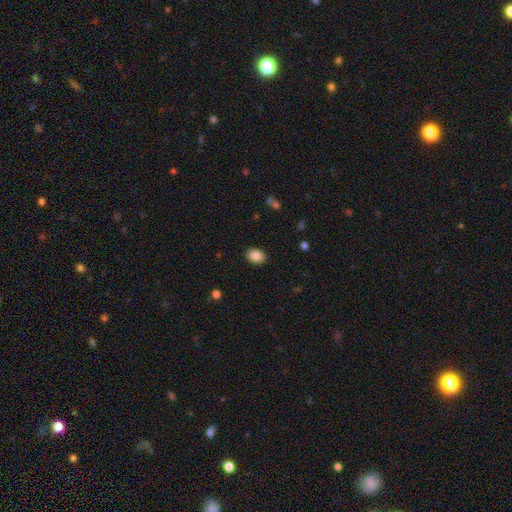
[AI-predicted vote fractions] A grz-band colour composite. It shows a smooth galaxy with no disk features (86%) that is in between round and cigar-shaped (74%). Merging: none (89%).